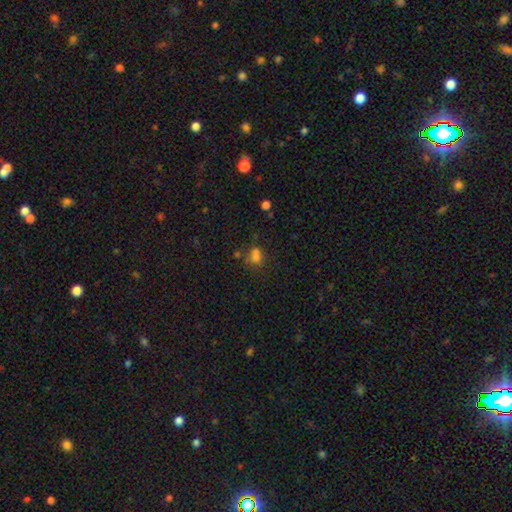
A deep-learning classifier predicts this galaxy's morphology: A smooth galaxy with no disk features (62%) that is round (60%). Merging: none (44%).